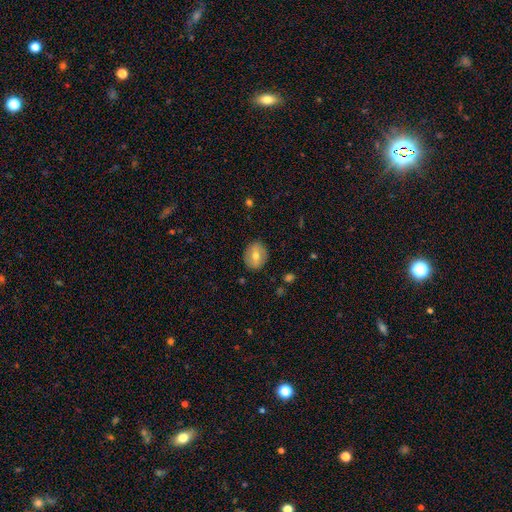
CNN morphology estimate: Q: Smooth or featured?
A: smooth (64%); runner-up: featured or disk (29%)
Q: How rounded?
A: round (64%); runner-up: in between (35%)
Q: Merging?
A: none (88%); runner-up: minor disturbance (9%)